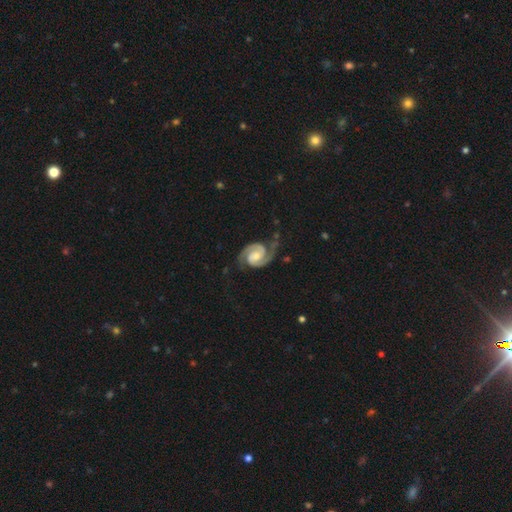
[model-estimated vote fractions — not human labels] Q: Smooth or featured?
A: featured or disk (93%); runner-up: smooth (4%)
Q: Edge-on disk?
A: no (98%); runner-up: yes (2%)
Q: Bar?
A: no (46%); runner-up: weak (40%)
Q: Spiral arms?
A: yes (99%); runner-up: no (1%)
Q: Spiral winding?
A: medium (46%); tied with: tight (46%)
Q: Spiral arm count?
A: 2 (94%); runner-up: can't tell (2%)
Q: Bulge size?
A: moderate (51%); runner-up: small (32%)
Q: Merging?
A: none (74%); runner-up: minor disturbance (18%)